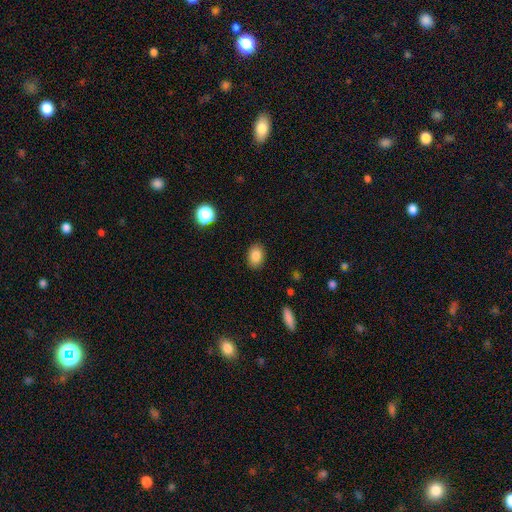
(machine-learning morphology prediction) This is clearly a smooth galaxy (85%). How rounded: likely in between (75%). Merging: clearly none (88%).